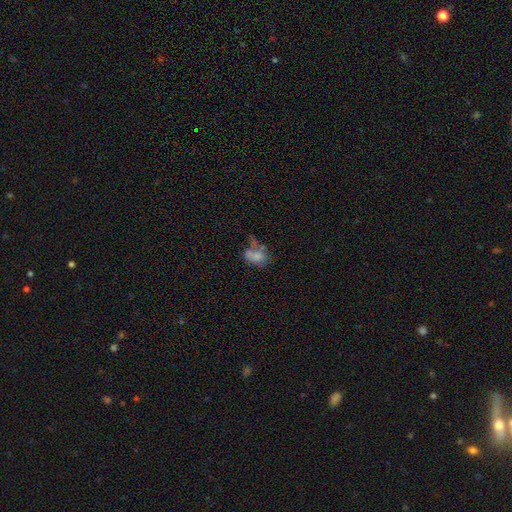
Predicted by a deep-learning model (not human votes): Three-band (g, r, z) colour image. It shows a smooth galaxy with no disk features (64%) that is in between round and cigar-shaped (71%). Merging: merger (40%).